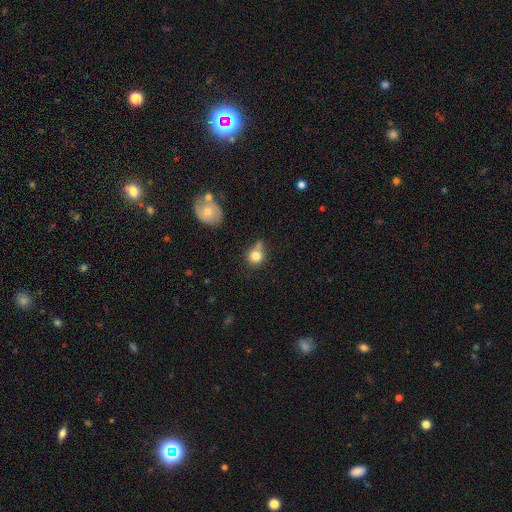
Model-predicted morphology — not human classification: This is likely a smooth galaxy (78%). How rounded: likely round (75%). Merging: possibly none (46%).